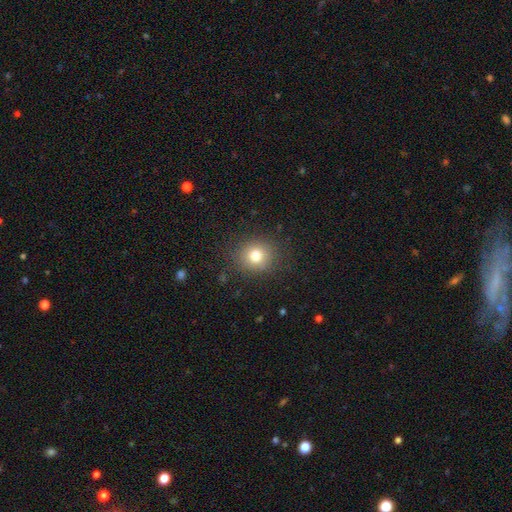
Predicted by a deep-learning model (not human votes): Q: Smooth or featured?
A: smooth (77%); runner-up: star or artifact (13%)
Q: How rounded?
A: round (84%); runner-up: in between (15%)
Q: Merging?
A: none (87%); runner-up: minor disturbance (9%)